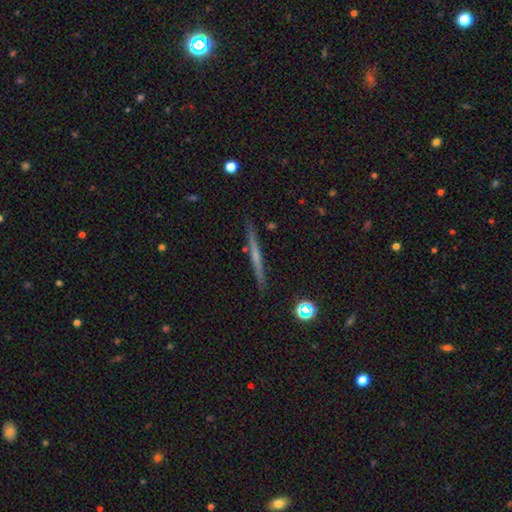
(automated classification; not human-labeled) A featured or disk galaxy (56%) viewed edge-on (97%) with no central bulge (71%). Merging: none (90%).